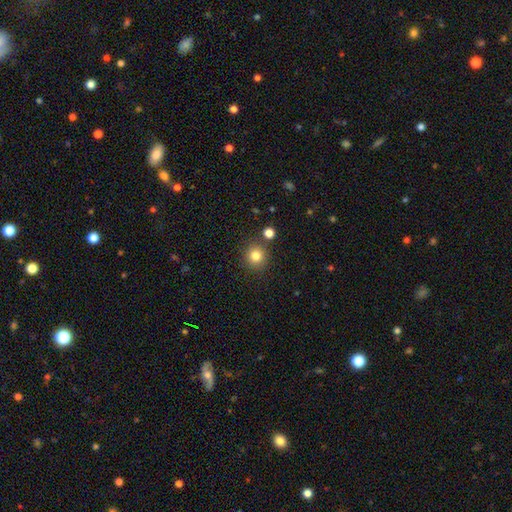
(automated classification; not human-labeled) Overall: smooth (83%). How rounded: round (92%). Merging: none (85%).